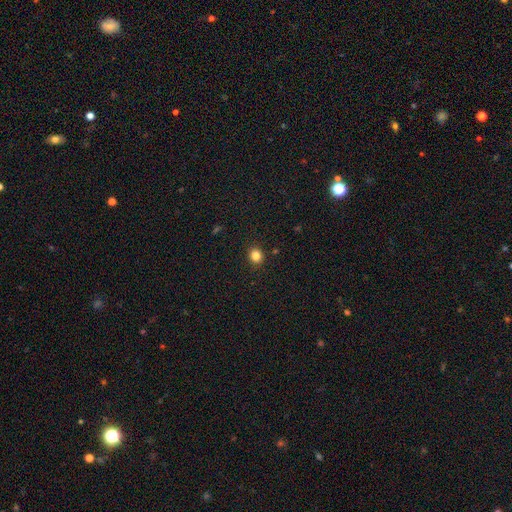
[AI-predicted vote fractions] Smooth or featured? Predicted: smooth (p=0.83). How rounded? Predicted: round (p=0.81). Merging? Predicted: none (p=0.91).